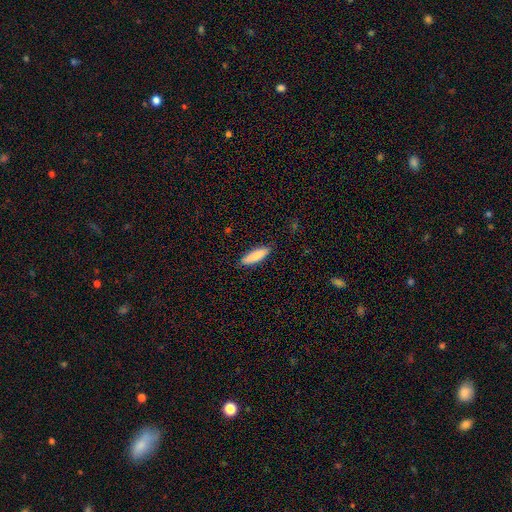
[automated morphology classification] The model was most divided on "how rounded": cigar-shaped: 62%, in between: 37%, round: 1%. More confident: smooth or featured — smooth (86%); merging — none (86%).